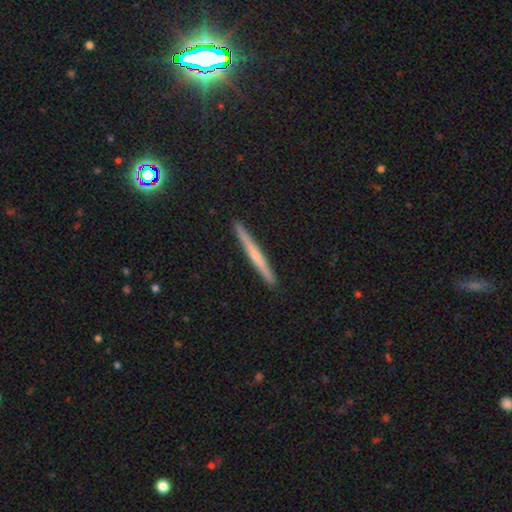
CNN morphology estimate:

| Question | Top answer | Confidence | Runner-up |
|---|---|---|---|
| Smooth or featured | featured or disk | 53% | smooth (41%) |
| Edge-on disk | yes | 98% | no (2%) |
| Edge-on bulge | none | 54% | rounded (41%) |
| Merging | none | 93% | minor disturbance (5%) |